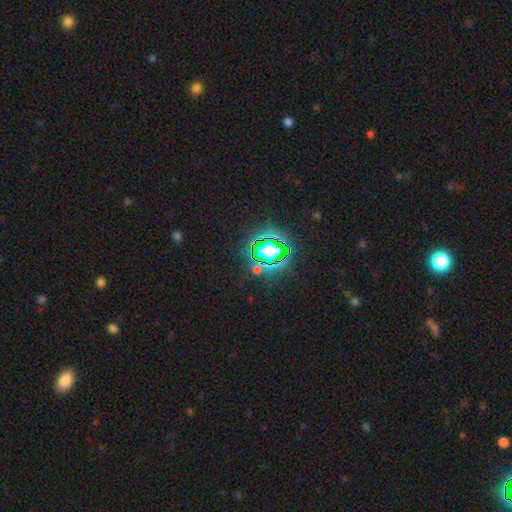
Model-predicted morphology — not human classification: smooth-or-featured: star or artifact: 80% | smooth: 13% | featured or disk: 7%